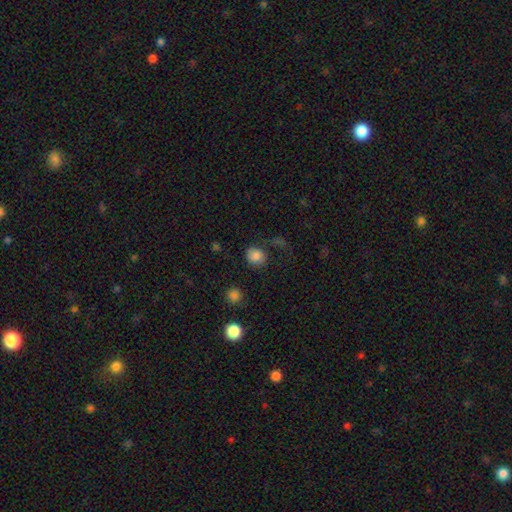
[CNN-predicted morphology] This is clearly a smooth galaxy (81%). How rounded: likely round (79%). Merging: likely none (66%).